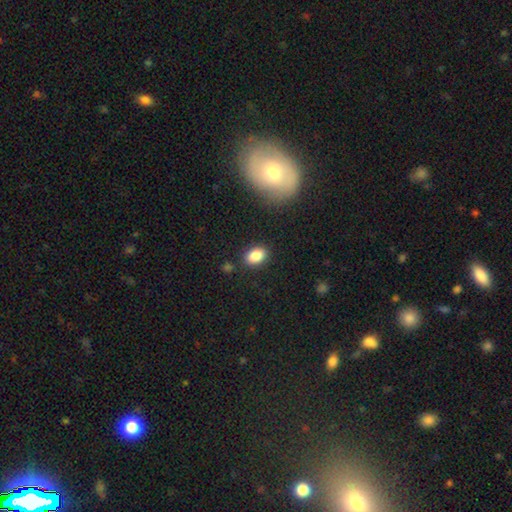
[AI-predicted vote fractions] smooth_or_featured: smooth (p=0.86) [alt: star or artifact p=0.09]
how_rounded: in between (p=0.80) [alt: round p=0.19]
merging: none (p=0.86) [alt: minor disturbance p=0.09]